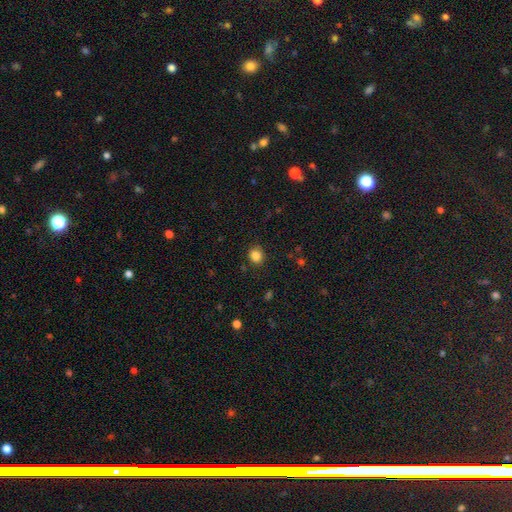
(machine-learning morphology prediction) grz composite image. It shows a smooth galaxy with no disk features (84%) that is round (77%). Merging: none (87%).